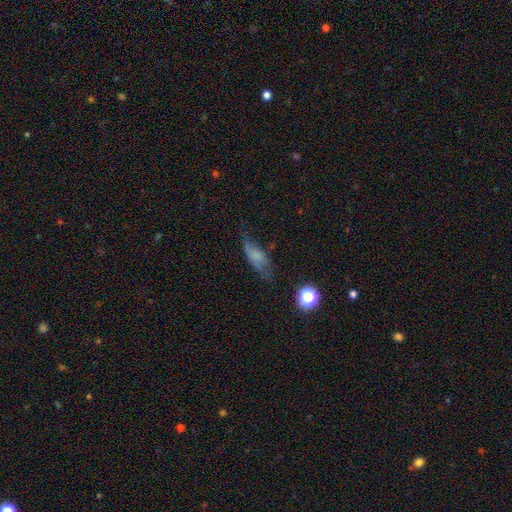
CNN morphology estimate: This appears to be a smooth galaxy with no disk features (62%) that is in between round and cigar-shaped (65%). Merging: none (49%).